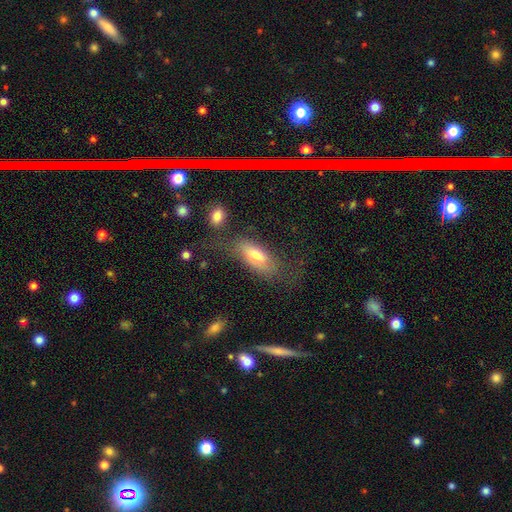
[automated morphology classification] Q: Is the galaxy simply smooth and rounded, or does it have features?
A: smooth — 68%.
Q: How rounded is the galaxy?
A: in between — 78%.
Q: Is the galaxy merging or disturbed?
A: none — 55%.